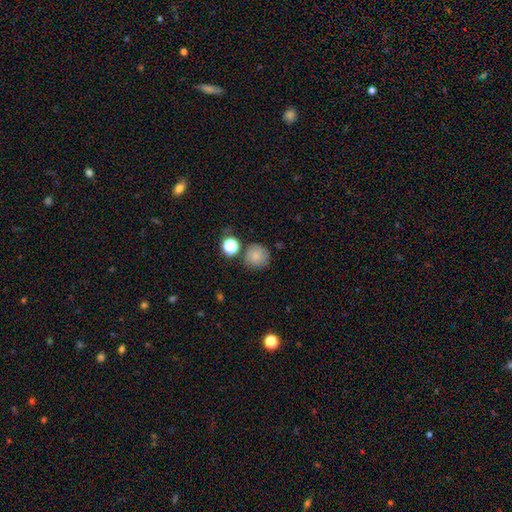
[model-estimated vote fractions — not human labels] smooth_or_featured: smooth (p=0.80) [alt: star or artifact p=0.12]
how_rounded: round (p=0.92) [alt: in between p=0.07]
merging: none (p=0.73) [alt: minor disturbance p=0.13]